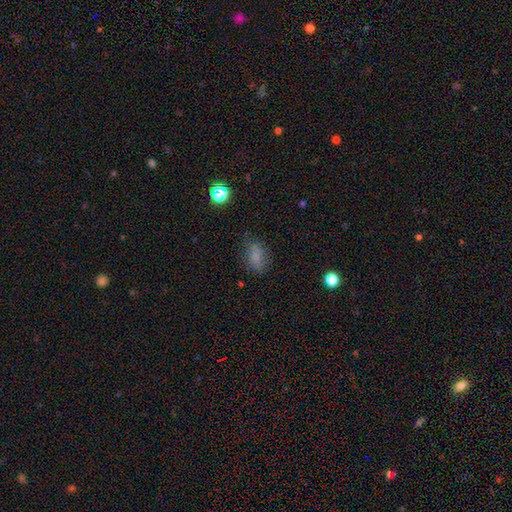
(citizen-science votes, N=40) Q: Smooth or featured?
A: smooth (85%); runner-up: featured or disk (10%)
Q: How rounded?
A: in between (85%); runner-up: round (12%)
Q: Merging?
A: none (66%); runner-up: minor disturbance (24%)